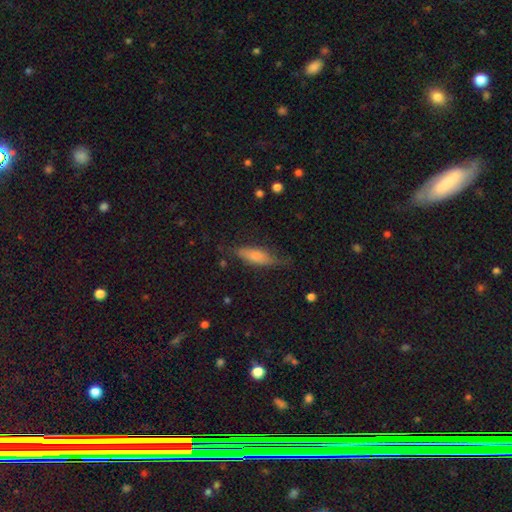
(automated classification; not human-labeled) The model was most divided on "how rounded": in between: 51%, cigar-shaped: 46%, round: 2%. More confident: smooth or featured — smooth (65%); merging — none (64%).